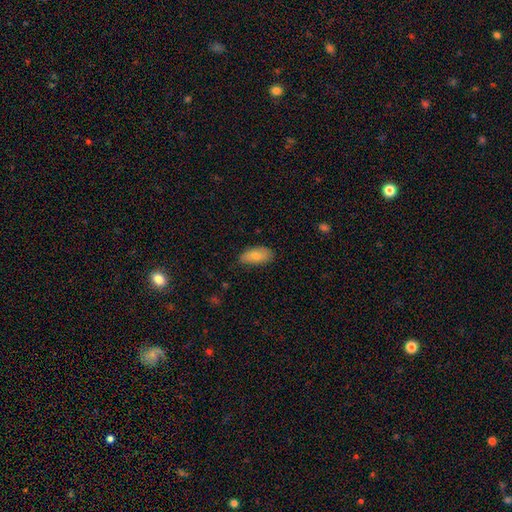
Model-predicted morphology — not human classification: type=smooth (76%); roundness=in between (91%); merging=none (77%).